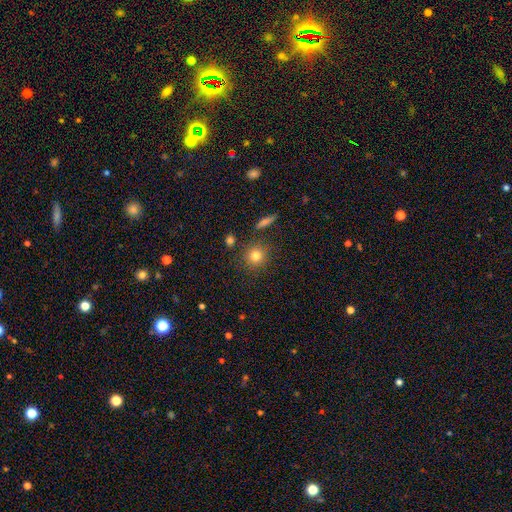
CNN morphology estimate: Smooth or featured? smooth (79%)
How rounded? round (90%)
Merging? none (84%)